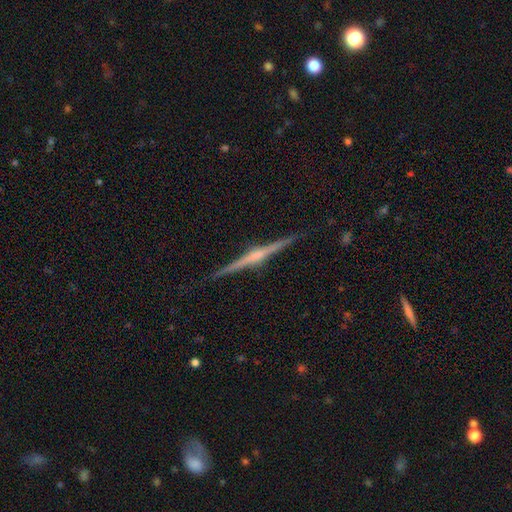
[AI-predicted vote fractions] Smooth or featured? featured or disk (84%)
Edge-on disk? yes (99%)
Edge-on bulge? rounded (74%)
Merging? none (92%)